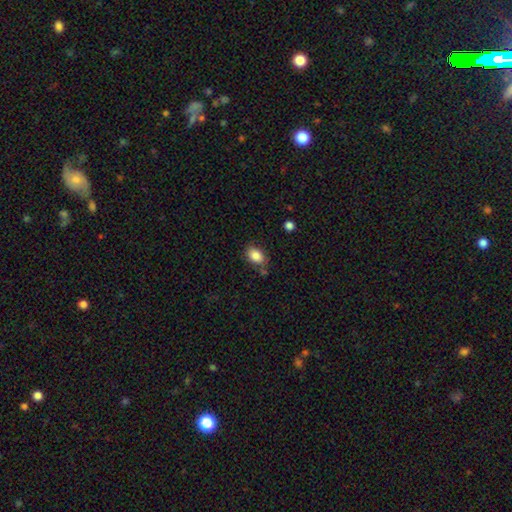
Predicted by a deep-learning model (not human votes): A smooth galaxy with no disk features (86%) that is in between round and cigar-shaped (81%). Merging: none (73%).